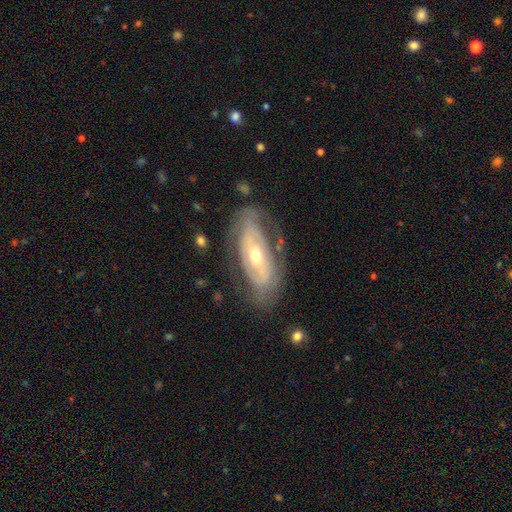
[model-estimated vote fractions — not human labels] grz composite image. It shows a featured or disk galaxy (74%) with no bar (63%), spiral arms (57%) and a moderate central bulge (54%). Merging: none (71%).